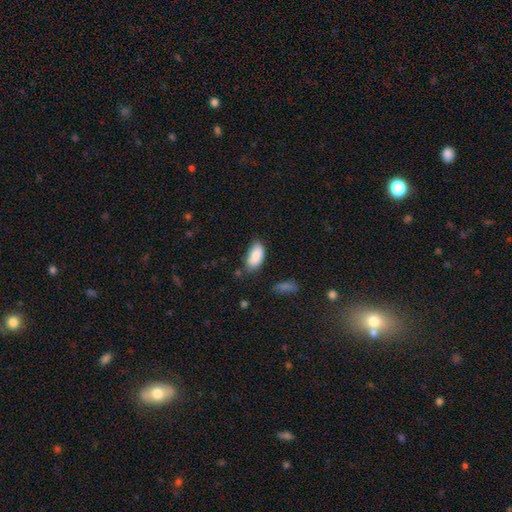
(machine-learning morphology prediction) A smooth galaxy with no disk features (86%) that is in between round and cigar-shaped (94%).

Vote fractions:
- Smooth or featured? smooth: 86% / star or artifact: 7% / featured or disk: 7%
- How rounded? in between: 94% / cigar-shaped: 3% / round: 3%
- Merging? none: 62% / minor disturbance: 27% / major disturbance: 6% / merger: 5%